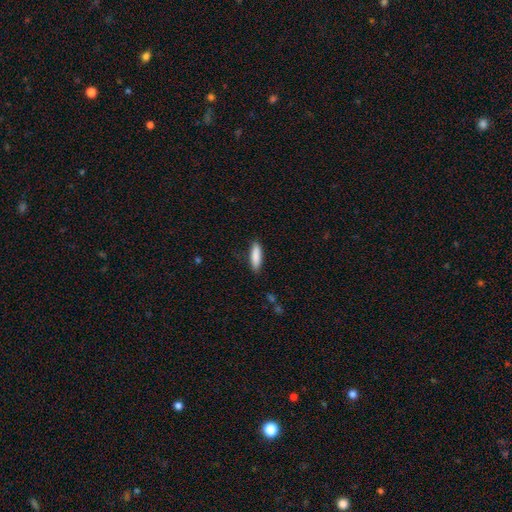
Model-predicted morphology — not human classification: type=smooth (87%); roundness=cigar-shaped (62%); merging=none (86%).